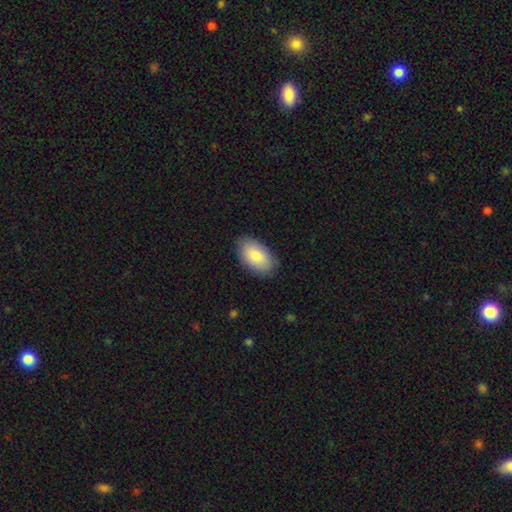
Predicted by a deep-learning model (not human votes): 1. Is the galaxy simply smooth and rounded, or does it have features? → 83% smooth, 11% featured or disk, 6% star or artifact.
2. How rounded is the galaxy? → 95% in between, 4% round, 2% cigar-shaped.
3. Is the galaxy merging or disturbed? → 87% none, 10% minor disturbance, 2% major disturbance, 1% merger.